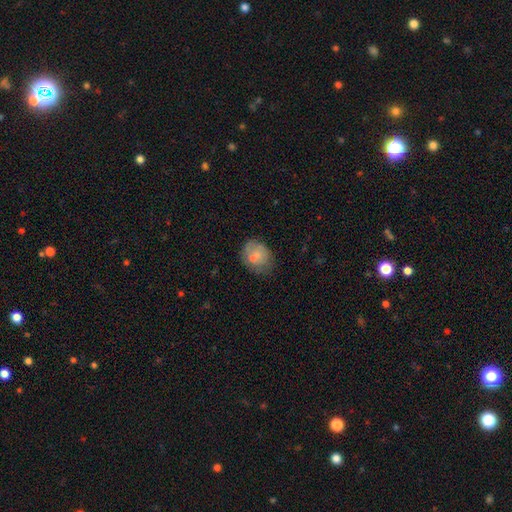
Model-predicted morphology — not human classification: The model was most divided on "how rounded": round: 54%, in between: 45%, cigar-shaped: 1%. More confident: smooth or featured — smooth (68%); merging — none (55%).